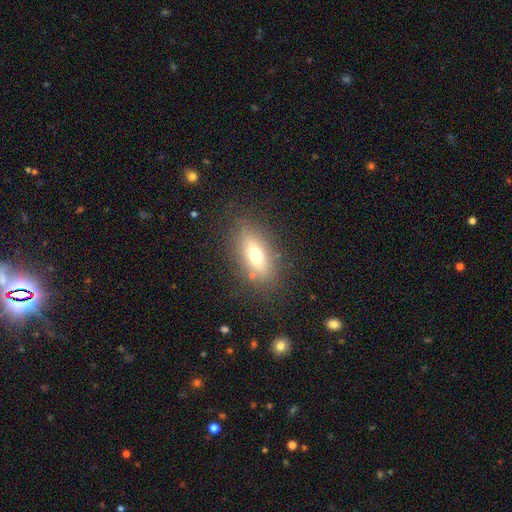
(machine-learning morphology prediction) The model was most divided on "smooth or featured": smooth: 63%, featured or disk: 26%, star or artifact: 10%. More confident: merging — none (81%); how rounded — in between (75%).